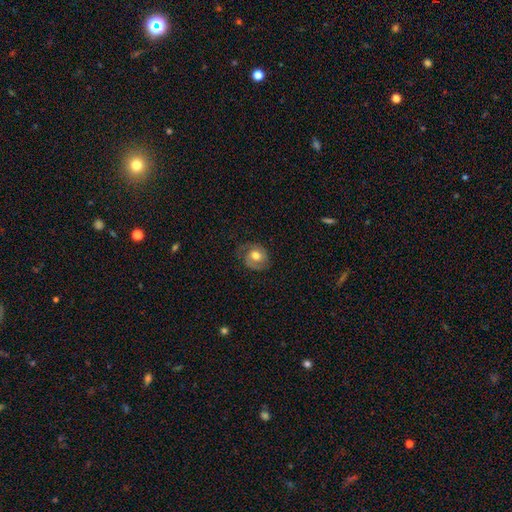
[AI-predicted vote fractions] Smooth or featured?
  - featured or disk: 51% *
  - smooth: 41%
  - star or artifact: 7%
Edge-on disk?
  - no: 97% *
  - yes: 3%
Merging?
  - none: 64% *
  - minor disturbance: 22%
  - major disturbance: 12%
  - merger: 1%